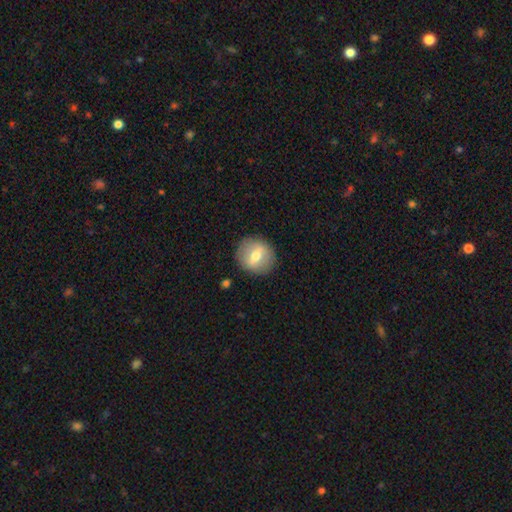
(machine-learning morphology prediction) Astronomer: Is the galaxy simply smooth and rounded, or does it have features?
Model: smooth — 50% (runner-up: featured or disk, 42%).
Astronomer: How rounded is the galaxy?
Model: round — 83%.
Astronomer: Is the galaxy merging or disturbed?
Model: none — 88%.